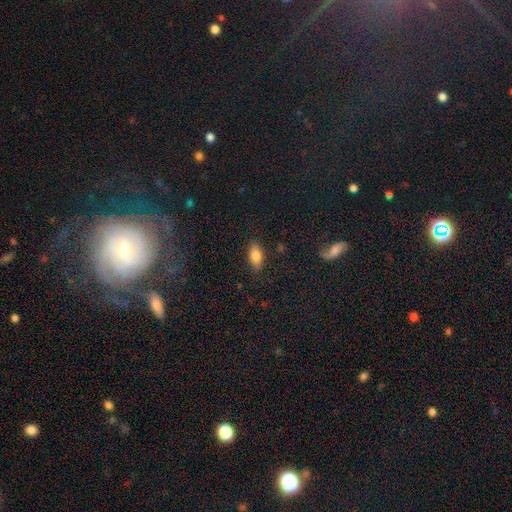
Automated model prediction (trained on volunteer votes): A smooth galaxy with no disk features (78%) that is in between round and cigar-shaped (84%).

Vote fractions:
- Smooth or featured? smooth: 78% / featured or disk: 14% / star or artifact: 8%
- How rounded? in between: 84% / cigar-shaped: 12% / round: 4%
- Merging? none: 86% / minor disturbance: 10% / major disturbance: 3% / merger: 1%